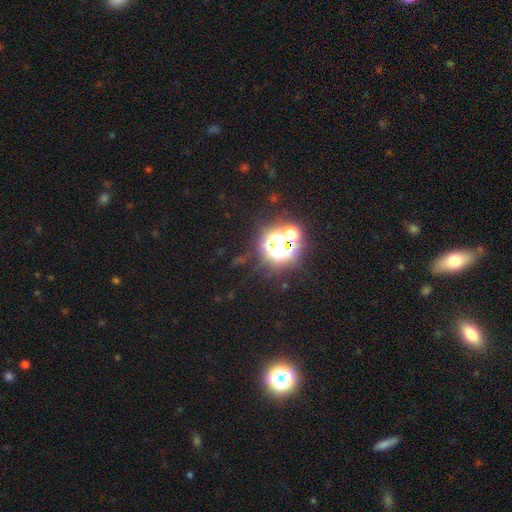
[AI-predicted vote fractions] The model was most divided on "smooth or featured": star or artifact: 81%, smooth: 13%, featured or disk: 7%.